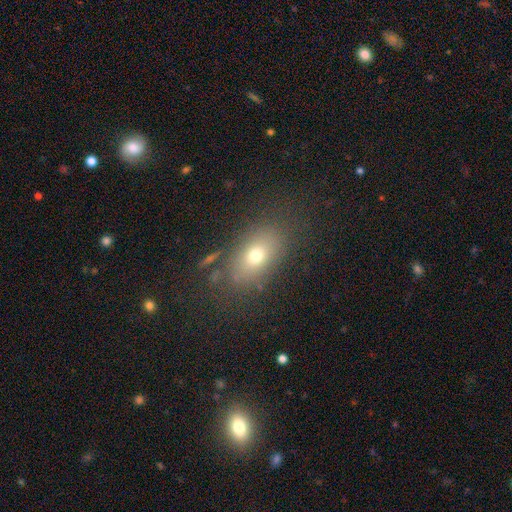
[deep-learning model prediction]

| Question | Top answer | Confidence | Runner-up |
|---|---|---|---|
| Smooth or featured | smooth | 70% | featured or disk (17%) |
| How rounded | in between | 80% | round (17%) |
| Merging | none | 77% | minor disturbance (13%) |